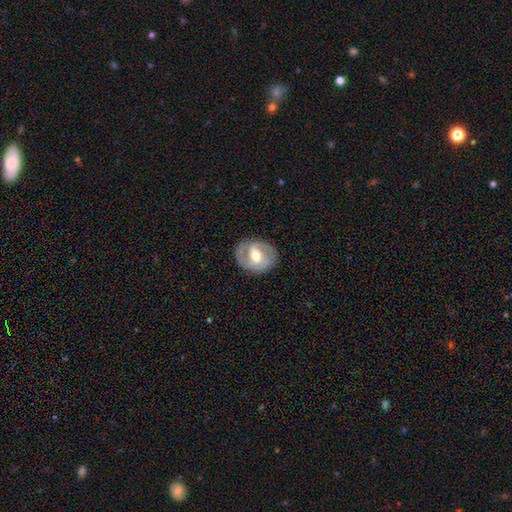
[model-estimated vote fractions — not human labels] This appears to be a featured or disk galaxy (72%) with a weak bar (46%), 2 (81%) medium (45%) spiral arms (78%) and a moderate central bulge (70%). Merging: none (81%).